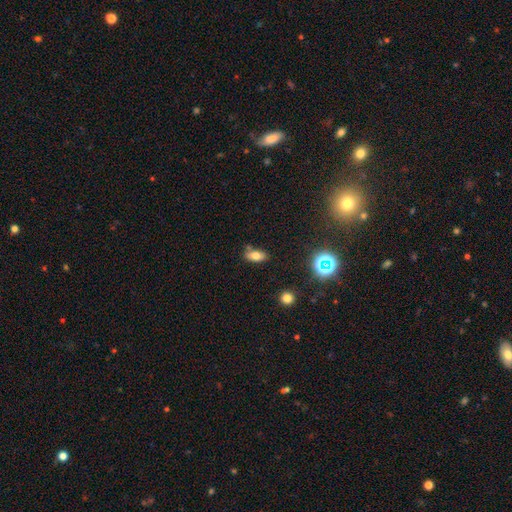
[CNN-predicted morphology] The model was most divided on "merging": none: 71%, minor disturbance: 17%, merger: 8%, major disturbance: 4%. More confident: how rounded — in between (87%); smooth or featured — smooth (73%).